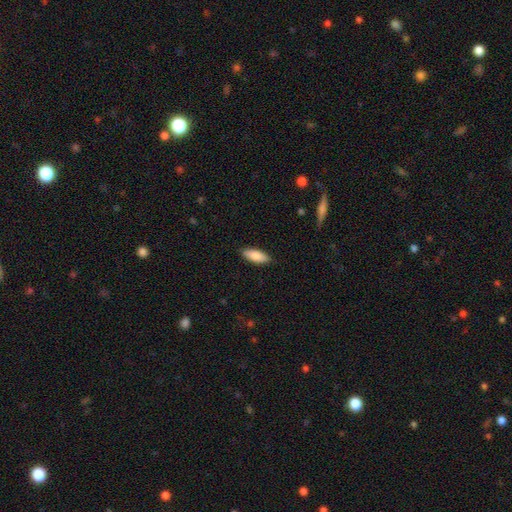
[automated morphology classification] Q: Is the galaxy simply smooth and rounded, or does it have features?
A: smooth — 84%.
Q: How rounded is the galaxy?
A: in between — 73%.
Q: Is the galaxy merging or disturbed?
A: none — 87%.